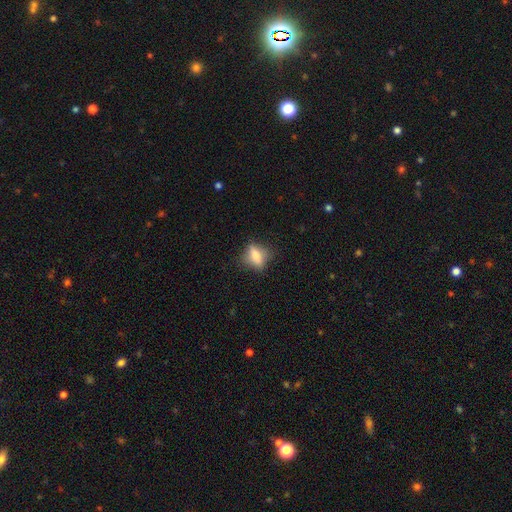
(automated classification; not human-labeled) smooth-or-featured: smooth: 66% | featured or disk: 24% | star or artifact: 10%
  how-rounded: in between: 62% | round: 19% | cigar-shaped: 19%
  merging: none: 71% | minor disturbance: 20% | major disturbance: 8% | merger: 2%